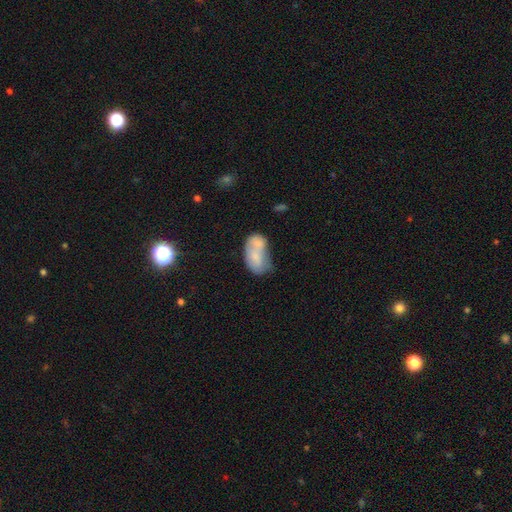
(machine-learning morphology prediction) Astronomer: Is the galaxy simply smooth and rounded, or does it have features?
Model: smooth — 66%.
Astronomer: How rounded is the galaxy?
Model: in between — 90%.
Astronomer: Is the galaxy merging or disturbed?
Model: merger — 52%.